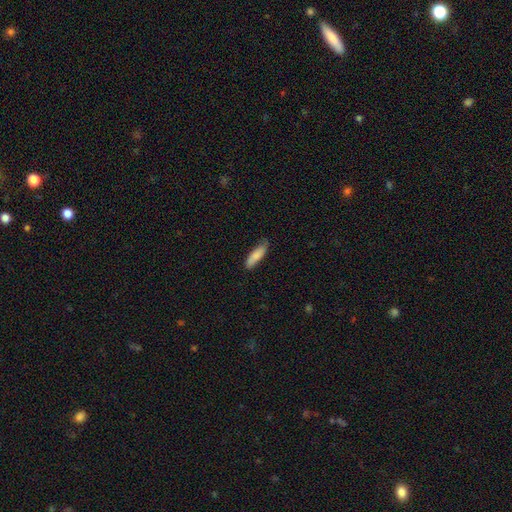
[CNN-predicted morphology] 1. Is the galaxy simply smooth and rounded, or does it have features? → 82% smooth, 13% featured or disk, 6% star or artifact.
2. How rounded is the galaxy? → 61% cigar-shaped, 37% in between, 2% round.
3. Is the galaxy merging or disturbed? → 76% none, 20% minor disturbance, 3% major disturbance, 1% merger.